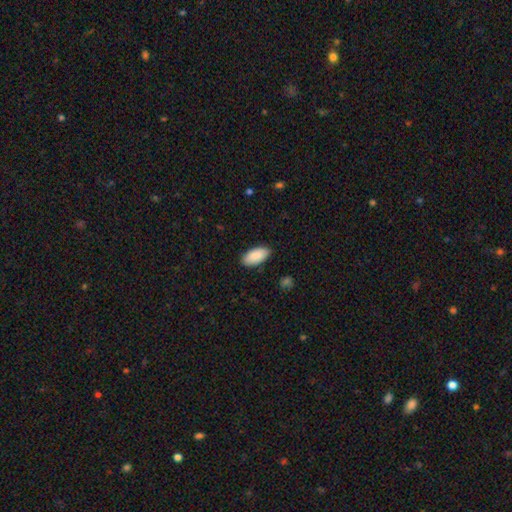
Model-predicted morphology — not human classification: type=smooth (90%); roundness=in between (94%); merging=none (86%).